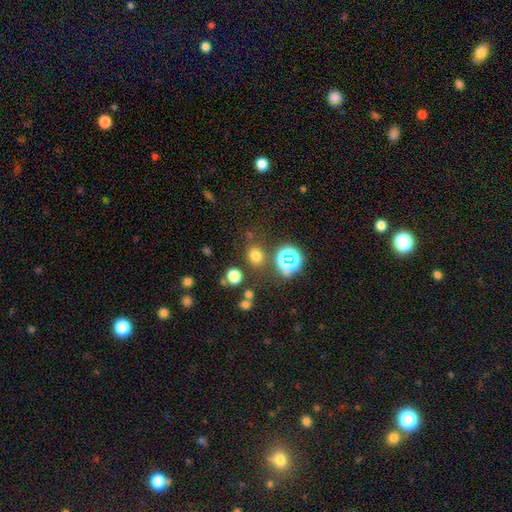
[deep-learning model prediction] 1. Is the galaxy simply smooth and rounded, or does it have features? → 70% smooth, 24% star or artifact, 7% featured or disk.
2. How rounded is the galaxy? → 71% round, 28% in between, 1% cigar-shaped.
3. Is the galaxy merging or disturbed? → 78% none, 11% minor disturbance, 7% merger, 5% major disturbance.